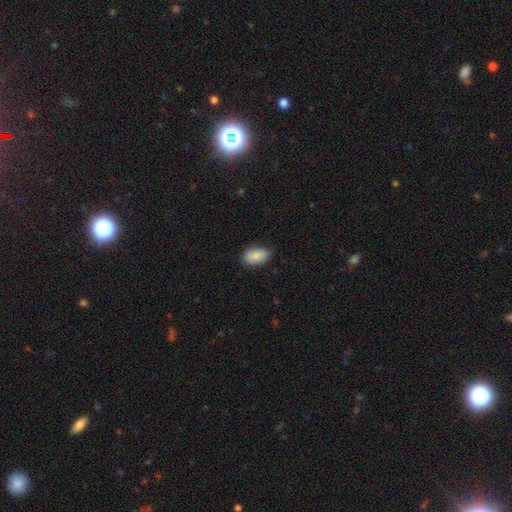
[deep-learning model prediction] Smooth or featured?
  - smooth: 82% *
  - featured or disk: 11%
  - star or artifact: 7%
How rounded?
  - in between: 92% *
  - round: 7%
  - cigar-shaped: 2%
Merging?
  - none: 75% *
  - minor disturbance: 21%
  - major disturbance: 3%
  - merger: 1%